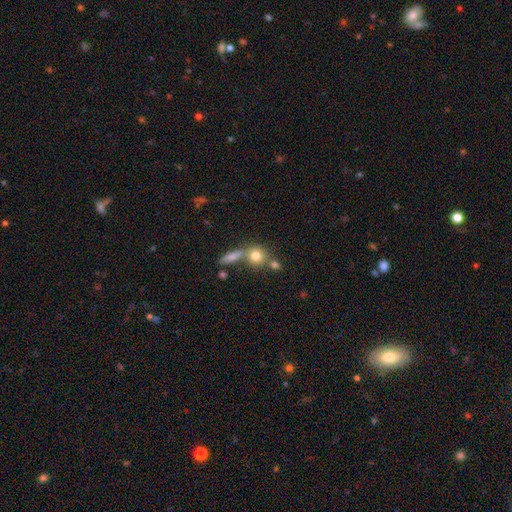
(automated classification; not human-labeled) This appears to be a smooth galaxy with no disk features (77%) that is round (80%). Merging: none (54%).